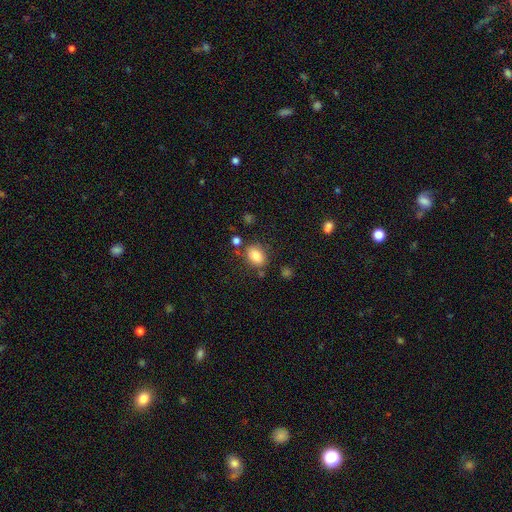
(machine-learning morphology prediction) This is clearly a smooth galaxy (84%). How rounded: likely in between (74%). Merging: likely none (75%).